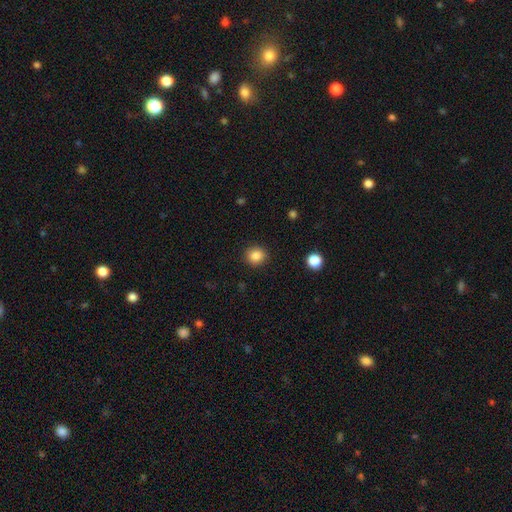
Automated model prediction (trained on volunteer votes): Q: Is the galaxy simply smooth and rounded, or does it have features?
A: smooth — 86%.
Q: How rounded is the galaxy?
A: round — 86%.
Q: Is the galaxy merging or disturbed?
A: none — 90%.